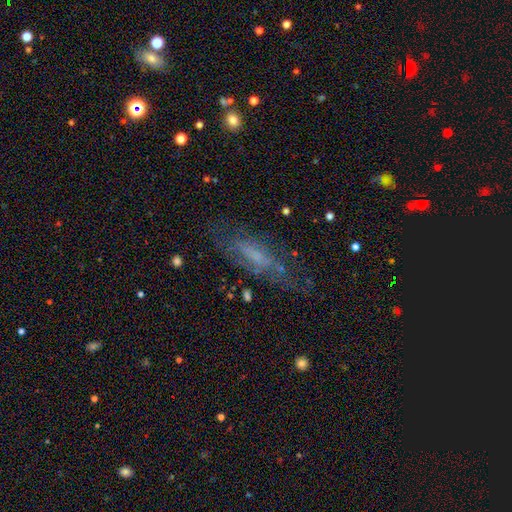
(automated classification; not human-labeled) Smooth or featured?
  - featured or disk: 52% *
  - smooth: 35%
  - star or artifact: 13%
Edge-on disk?
  - no: 69% *
  - yes: 31%
Merging?
  - none: 60% *
  - minor disturbance: 22%
  - major disturbance: 15%
  - merger: 3%